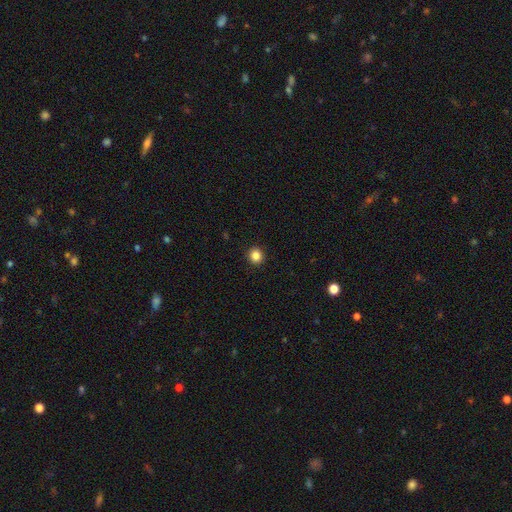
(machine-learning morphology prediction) A smooth galaxy with no disk features (85%) that is round (91%). Merging: none (93%).